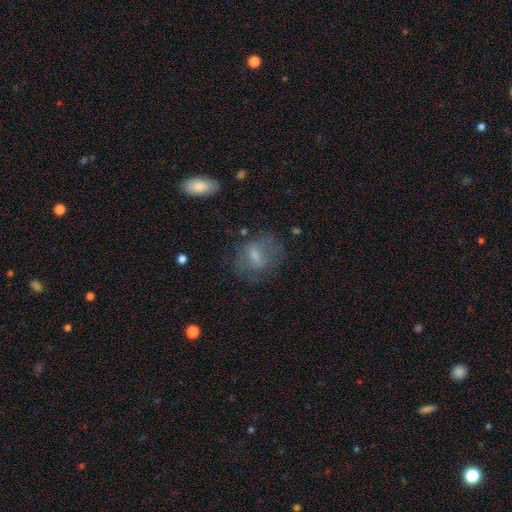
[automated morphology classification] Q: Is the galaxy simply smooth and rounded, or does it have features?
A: smooth — 54%.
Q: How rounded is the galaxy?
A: in between — 52%.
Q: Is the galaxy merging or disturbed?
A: none — 57%.